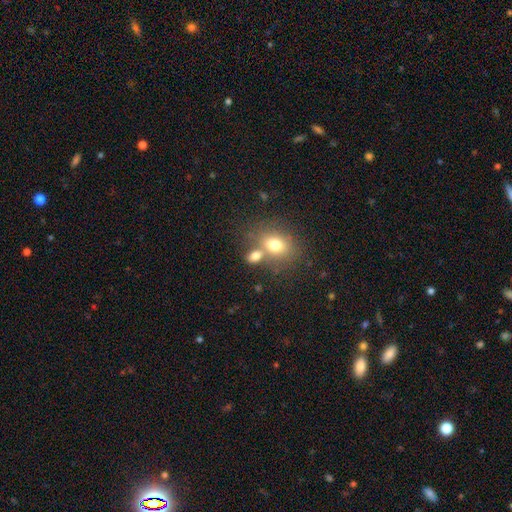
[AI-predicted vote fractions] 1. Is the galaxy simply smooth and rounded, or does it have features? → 75% smooth, 13% featured or disk, 11% star or artifact.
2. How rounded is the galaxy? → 69% in between, 29% round, 2% cigar-shaped.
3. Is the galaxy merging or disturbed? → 43% merger, 42% none, 10% minor disturbance, 5% major disturbance.